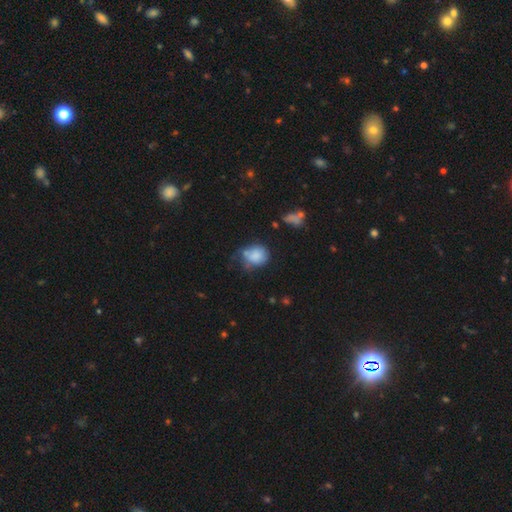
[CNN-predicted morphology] type=smooth (76%); roundness=round (56%); merging=none (39%).